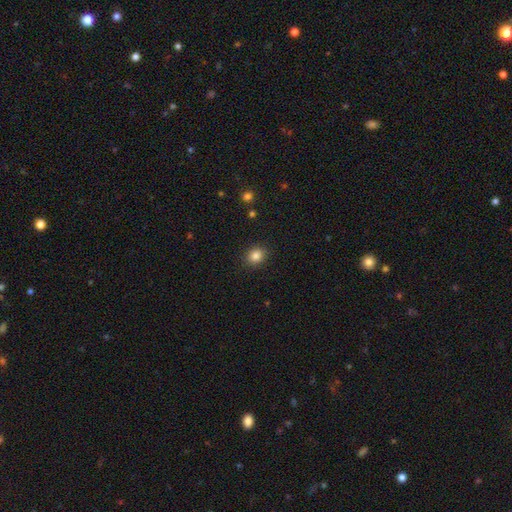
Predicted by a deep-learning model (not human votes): Morphology: type=smooth (85%); roundness=round (64%); merging=none (89%).